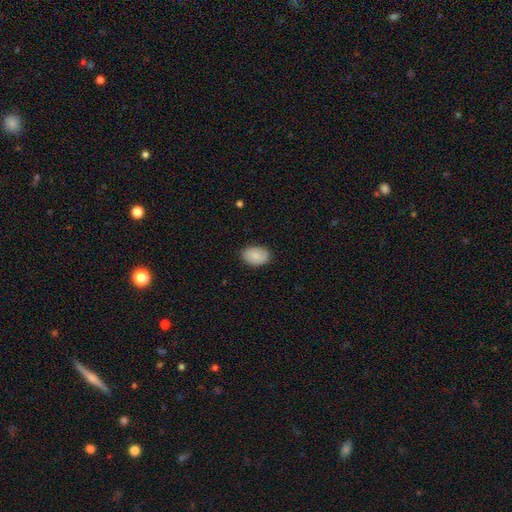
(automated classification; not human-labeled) Smooth or featured: smooth — 87% (featured or disk — 7%)
How rounded: in between — 86% (round — 13%)
Merging: none — 88% (minor disturbance — 9%)